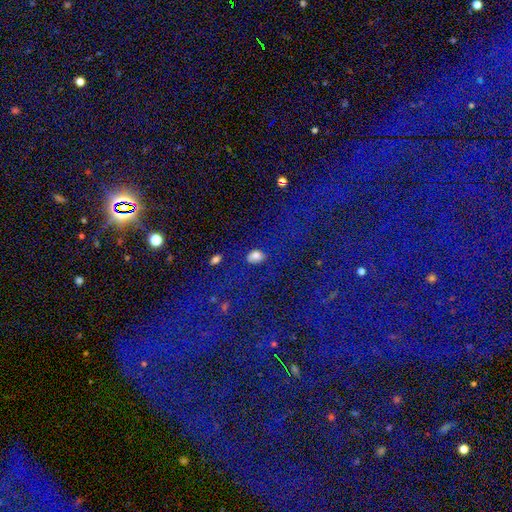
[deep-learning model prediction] smooth 76%, star or artifact 14%, featured or disk 10%. Down the decision tree: how rounded — in between (78%); merging — none (72%).